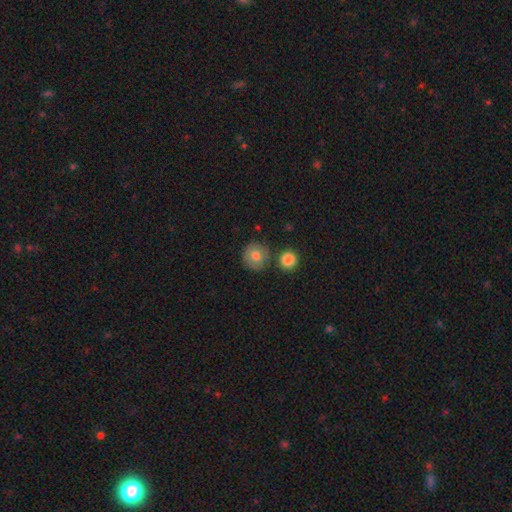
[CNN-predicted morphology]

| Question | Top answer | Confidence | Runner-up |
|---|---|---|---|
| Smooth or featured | smooth | 76% | featured or disk (16%) |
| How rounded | round | 91% | in between (8%) |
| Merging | none | 75% | minor disturbance (12%) |